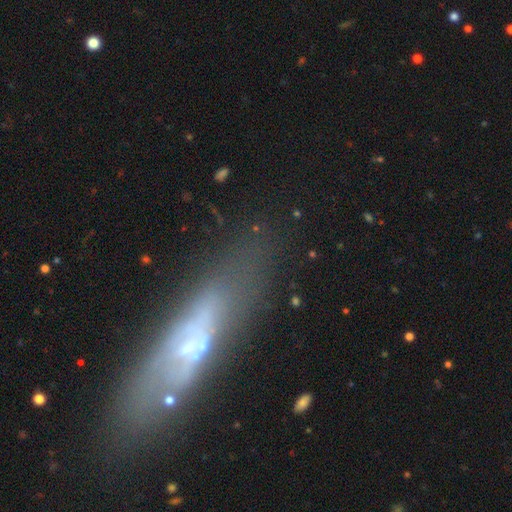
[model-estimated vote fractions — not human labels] Q: Smooth or featured?
A: featured or disk (55%); runner-up: smooth (31%)
Q: Edge-on disk?
A: yes (53%); runner-up: no (47%)
Q: Merging?
A: none (73%); runner-up: minor disturbance (16%)